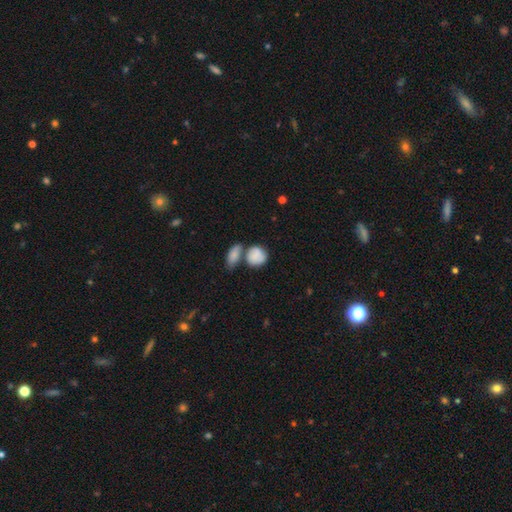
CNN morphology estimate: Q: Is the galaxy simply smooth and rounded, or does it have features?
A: smooth — 82%.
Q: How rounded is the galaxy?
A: round — 67%.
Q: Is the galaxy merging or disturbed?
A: none — 41%.